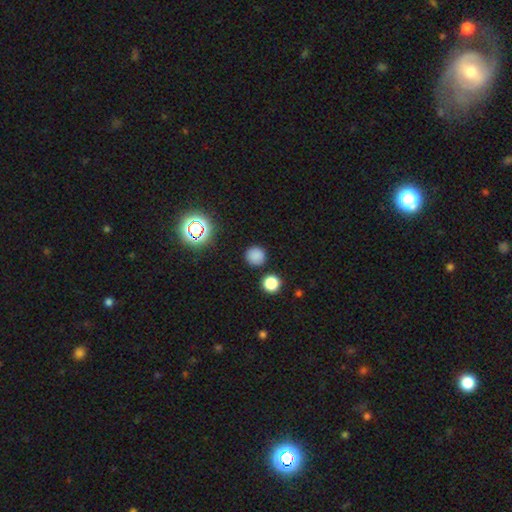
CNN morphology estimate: type=smooth (79%); roundness=round (94%); merging=none (88%).